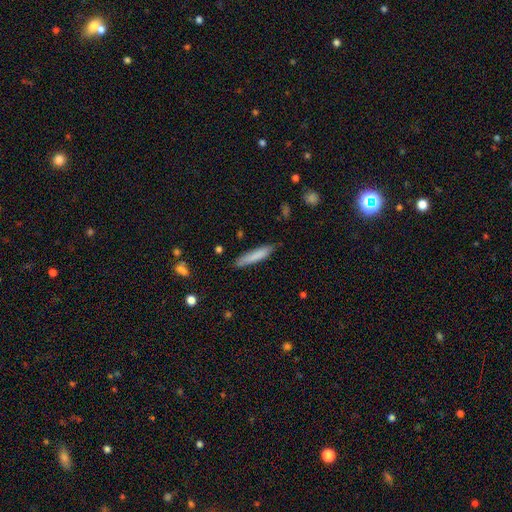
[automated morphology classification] type=smooth (80%); roundness=cigar-shaped (90%); merging=none (83%).